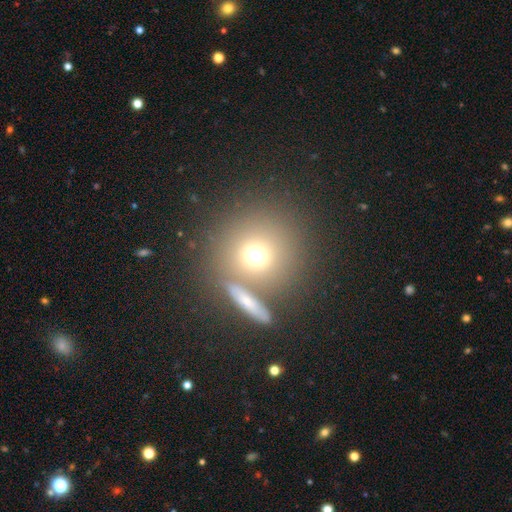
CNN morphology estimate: A smooth galaxy with no disk features (69%) that is round (87%). Merging: none (65%).